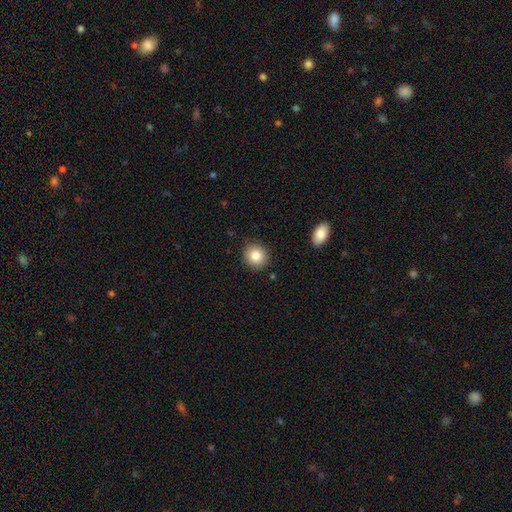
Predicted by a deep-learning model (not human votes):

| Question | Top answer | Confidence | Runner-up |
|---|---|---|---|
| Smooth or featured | smooth | 84% | star or artifact (9%) |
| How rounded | round | 87% | in between (12%) |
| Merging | none | 89% | minor disturbance (8%) |